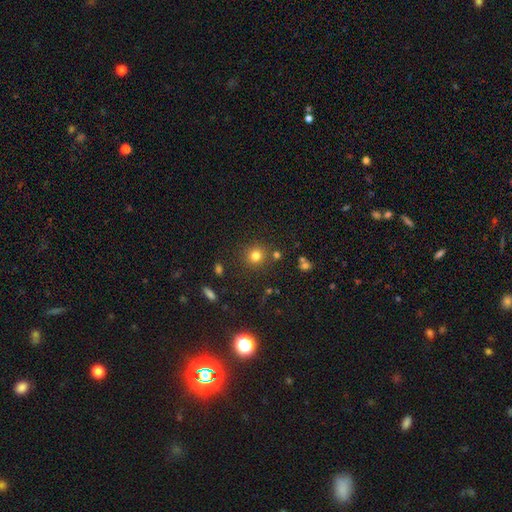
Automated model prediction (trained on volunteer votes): Morphology: type=smooth (78%); roundness=round (90%); merging=none (83%).